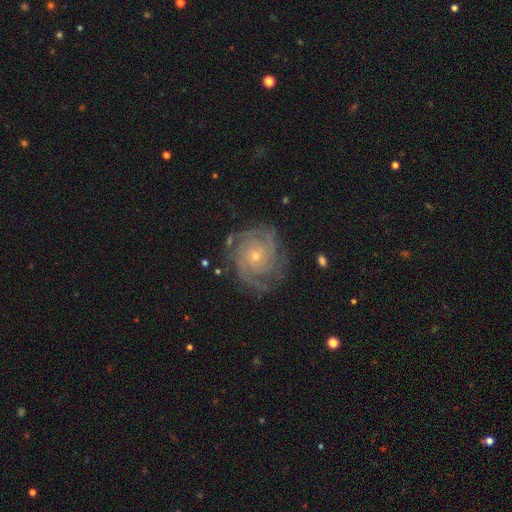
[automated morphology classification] type=featured or disk (88%); edge-on=no (98%); bar=no (81%); spiral arms=yes (97%); winding=tight (75%); arm count=3 (24%, tied with 4); bulge=small (73%); merging=none (77%).